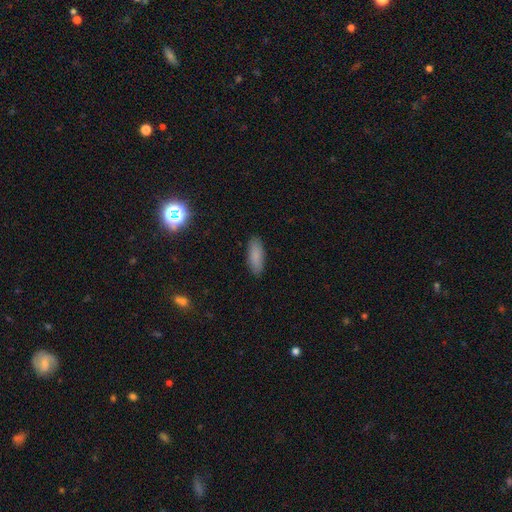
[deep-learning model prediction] smooth_or_featured: smooth (p=0.86) [alt: star or artifact p=0.08]
how_rounded: in between (p=0.67) [alt: cigar-shaped p=0.31]
merging: none (p=0.87) [alt: minor disturbance p=0.10]